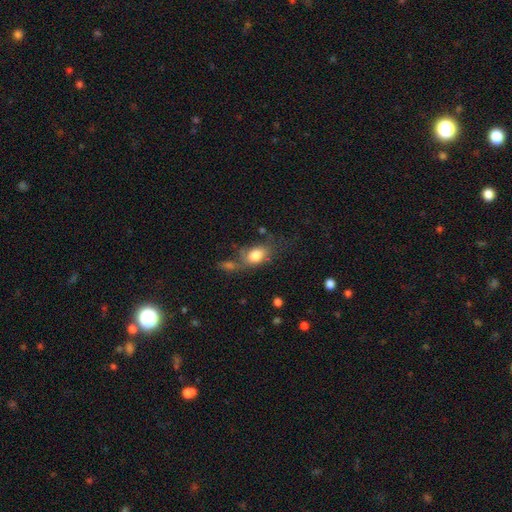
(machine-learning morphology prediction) Q: Smooth or featured?
A: smooth (79%); runner-up: featured or disk (13%)
Q: How rounded?
A: in between (78%); runner-up: round (20%)
Q: Merging?
A: none (48%); runner-up: minor disturbance (22%)